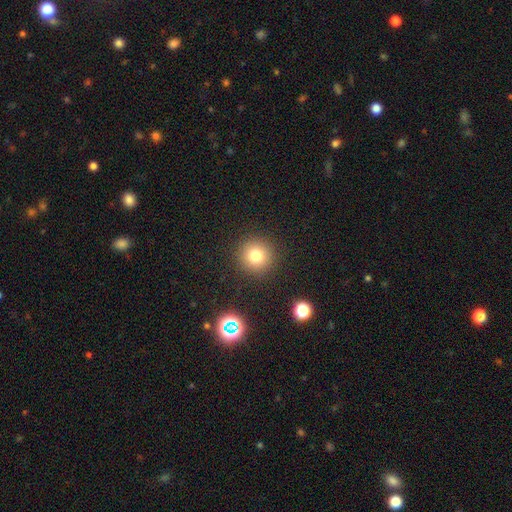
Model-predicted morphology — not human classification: Overall: smooth (78%). How rounded: round (95%). Merging: none (90%).